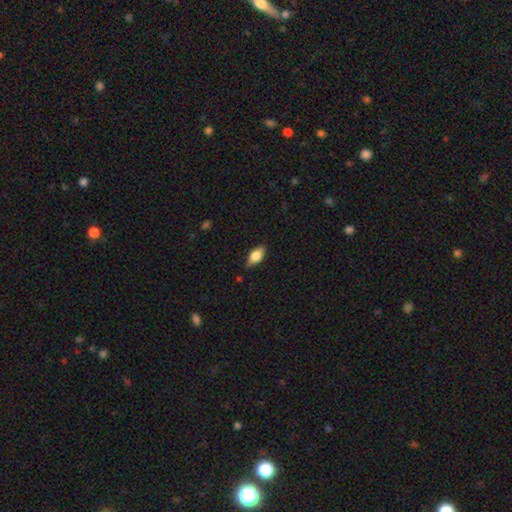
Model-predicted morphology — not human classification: A smooth galaxy with no disk features (76%) that is in between round and cigar-shaped (87%). Merging: none (82%).